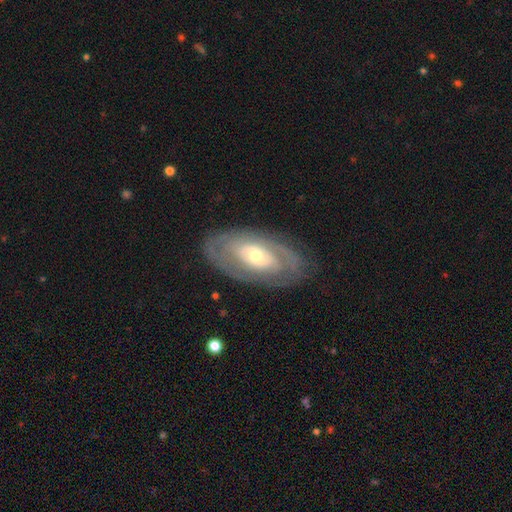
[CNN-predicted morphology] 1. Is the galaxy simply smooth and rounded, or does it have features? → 72% featured or disk, 22% smooth, 5% star or artifact.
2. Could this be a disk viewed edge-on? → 91% no, 9% yes.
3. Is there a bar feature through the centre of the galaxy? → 71% no, 21% weak, 8% strong.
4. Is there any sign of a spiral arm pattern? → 60% yes, 40% no.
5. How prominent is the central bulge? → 47% moderate, 46% small, 5% large, 1% dominant, 1% none.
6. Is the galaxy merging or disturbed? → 80% none, 13% minor disturbance, 6% major disturbance, 1% merger.